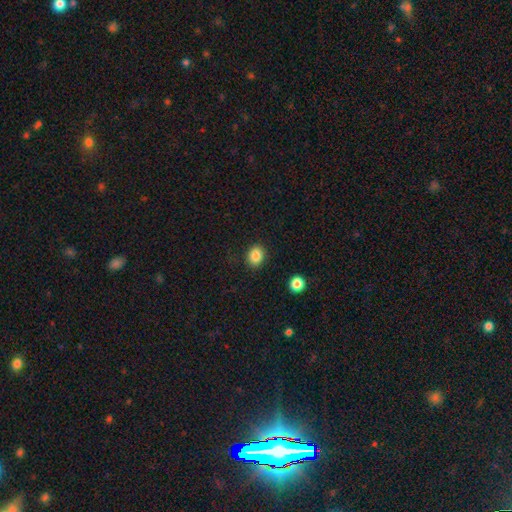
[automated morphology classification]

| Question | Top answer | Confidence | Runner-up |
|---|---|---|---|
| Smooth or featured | smooth | 86% | star or artifact (10%) |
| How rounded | round | 55% | in between (44%) |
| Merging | none | 88% | minor disturbance (8%) |